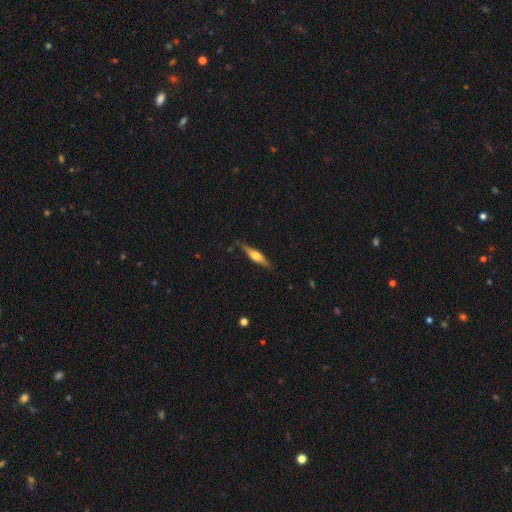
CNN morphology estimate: This appears to be a featured or disk galaxy (62%) viewed edge-on (96%) with a rounded central bulge (88%). Merging: none (84%).